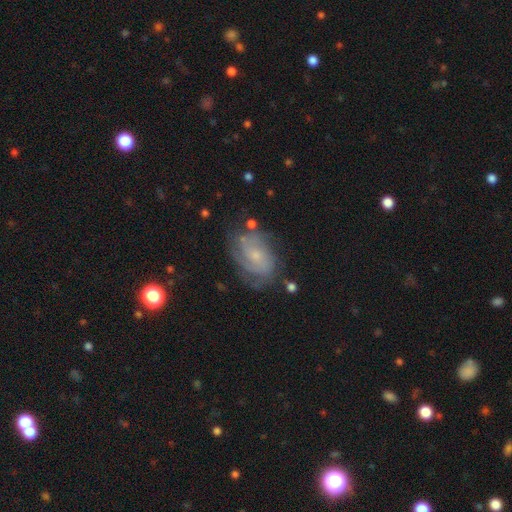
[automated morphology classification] type=featured or disk (74%); edge-on=no (97%); bar=no (69%); spiral arms=yes (90%); winding=tight (52%); arm count=can't tell (38%); bulge=small (67%); merging=none (65%).